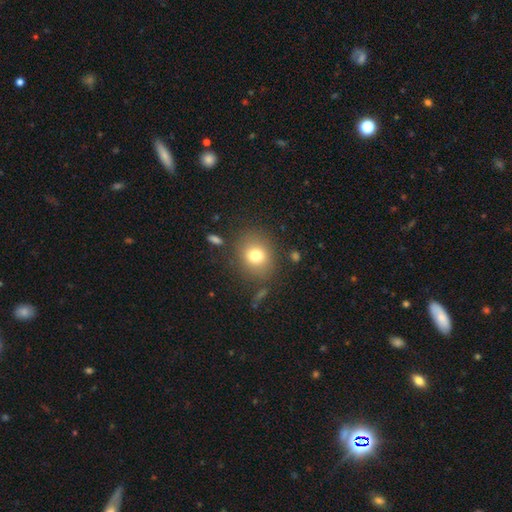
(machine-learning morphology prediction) smooth 76%, star or artifact 12%, featured or disk 12%. Down the decision tree: how rounded — round (68%); merging — none (80%).